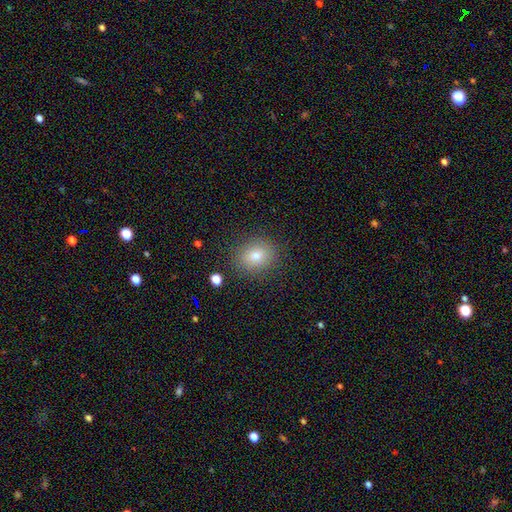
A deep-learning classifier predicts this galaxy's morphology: The model was most divided on "how rounded": round: 50%, in between: 48%, cigar-shaped: 1%. More confident: merging — none (87%); smooth or featured — smooth (77%).